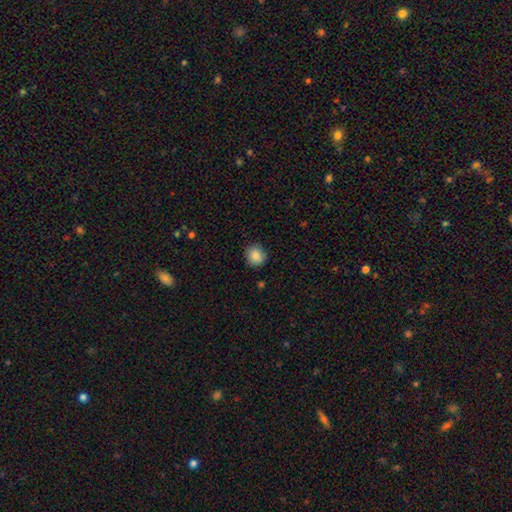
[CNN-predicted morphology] smooth_or_featured: smooth (p=0.87) [alt: star or artifact p=0.09]
how_rounded: round (p=0.85) [alt: in between p=0.14]
merging: none (p=0.86) [alt: minor disturbance p=0.10]